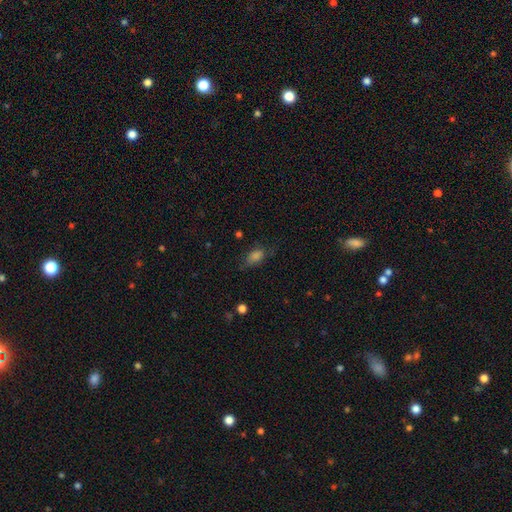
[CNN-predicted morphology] smooth-or-featured: smooth: 65% | star or artifact: 19% | featured or disk: 16%
  how-rounded: in between: 80% | round: 11% | cigar-shaped: 9%
  merging: none: 62% | minor disturbance: 23% | major disturbance: 13% | merger: 2%